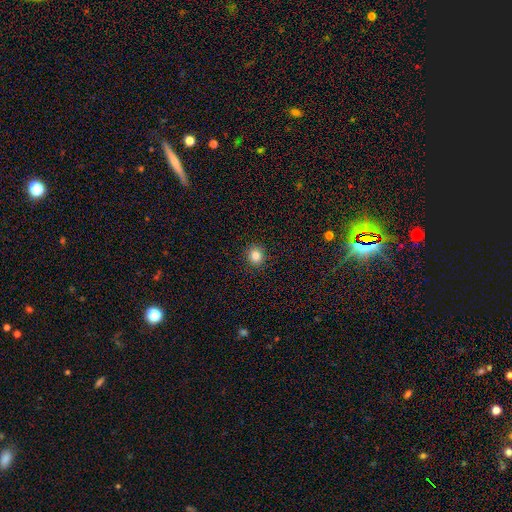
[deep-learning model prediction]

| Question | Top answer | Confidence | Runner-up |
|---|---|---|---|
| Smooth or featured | smooth | 84% | star or artifact (11%) |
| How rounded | round | 84% | in between (15%) |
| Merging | none | 92% | minor disturbance (5%) |